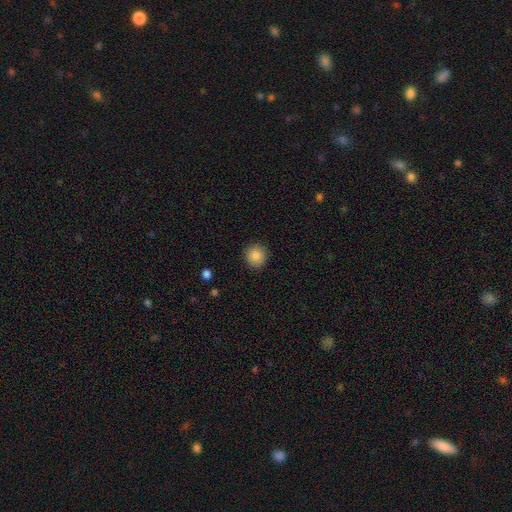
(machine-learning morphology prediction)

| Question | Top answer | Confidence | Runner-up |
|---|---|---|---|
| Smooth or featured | smooth | 88% | star or artifact (9%) |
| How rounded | round | 92% | in between (7%) |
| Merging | none | 90% | minor disturbance (7%) |